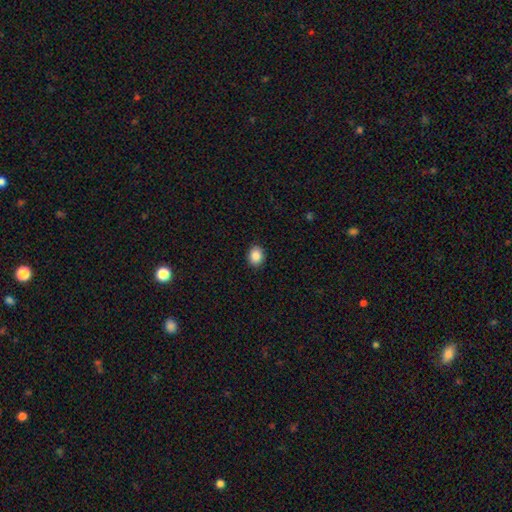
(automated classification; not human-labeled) Smooth or featured: smooth — 87% (star or artifact — 9%)
How rounded: round — 56% (in between — 43%)
Merging: none — 91% (minor disturbance — 7%)